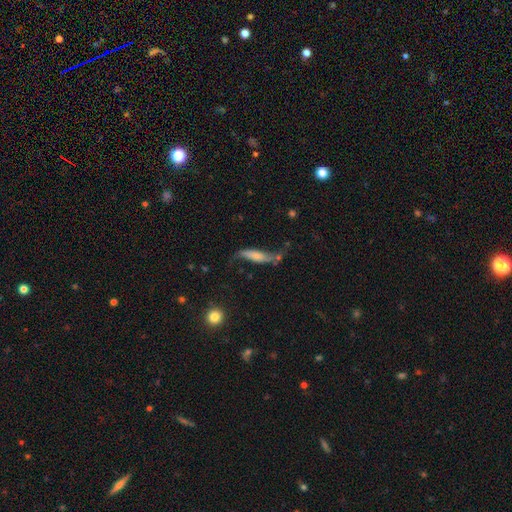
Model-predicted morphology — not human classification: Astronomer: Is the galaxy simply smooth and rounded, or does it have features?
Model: featured or disk — 50% (runner-up: smooth, 42%).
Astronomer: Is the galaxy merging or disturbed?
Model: none — 47% (runner-up: minor disturbance, 28%).